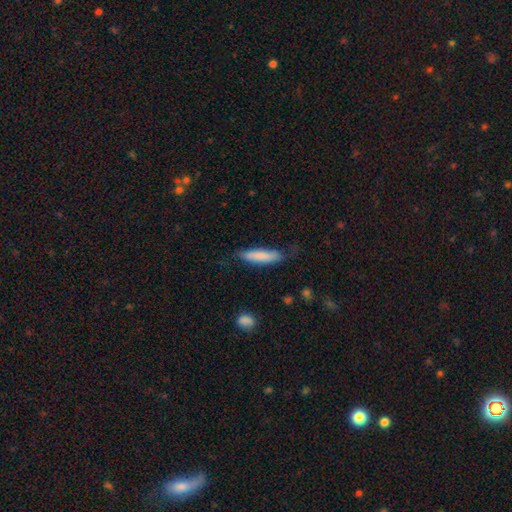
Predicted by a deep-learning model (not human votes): smooth-or-featured: smooth: 76% | featured or disk: 18% | star or artifact: 6%
  how-rounded: cigar-shaped: 83% | in between: 16% | round: 2%
  merging: none: 71% | minor disturbance: 22% | major disturbance: 6% | merger: 2%